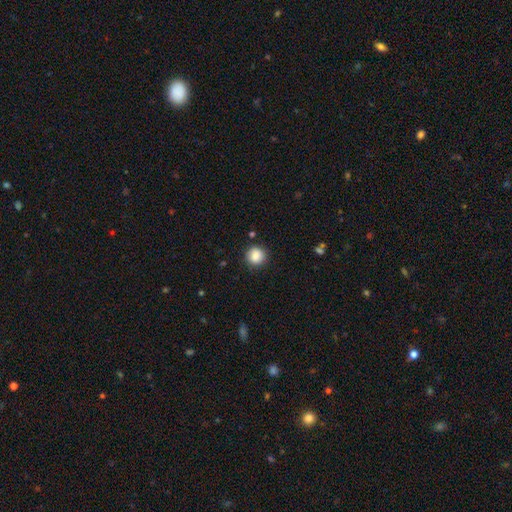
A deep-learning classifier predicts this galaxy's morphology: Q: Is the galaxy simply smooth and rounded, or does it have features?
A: smooth — 87%.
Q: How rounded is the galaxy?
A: round — 93%.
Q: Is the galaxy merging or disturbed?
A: none — 89%.